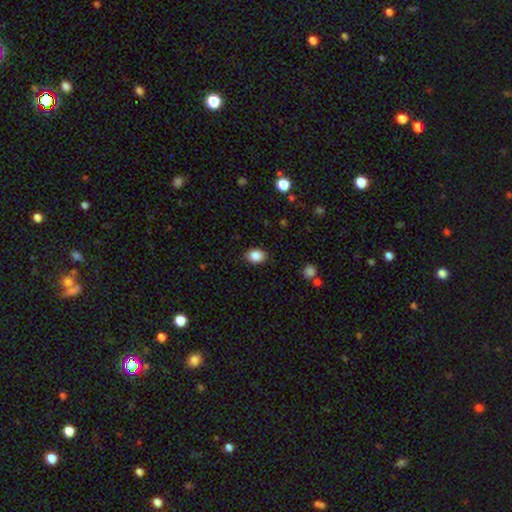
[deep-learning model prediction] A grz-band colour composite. It shows a smooth galaxy with no disk features (88%) that is in between round and cigar-shaped (76%). Merging: none (87%).